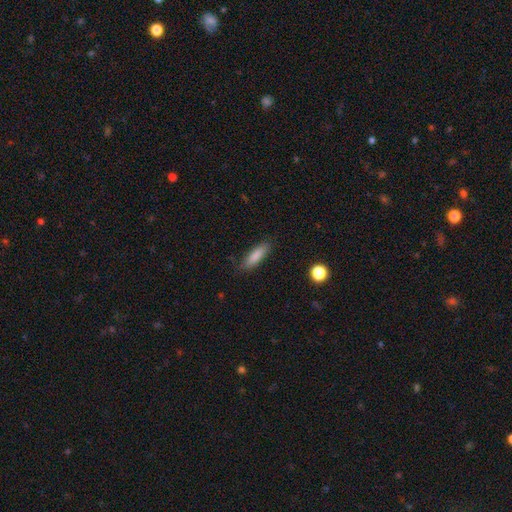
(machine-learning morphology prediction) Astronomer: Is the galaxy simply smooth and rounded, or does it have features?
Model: smooth — 84%.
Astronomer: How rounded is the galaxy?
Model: cigar-shaped — 59% (runner-up: in between, 39%).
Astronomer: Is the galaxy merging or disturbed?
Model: none — 84%.